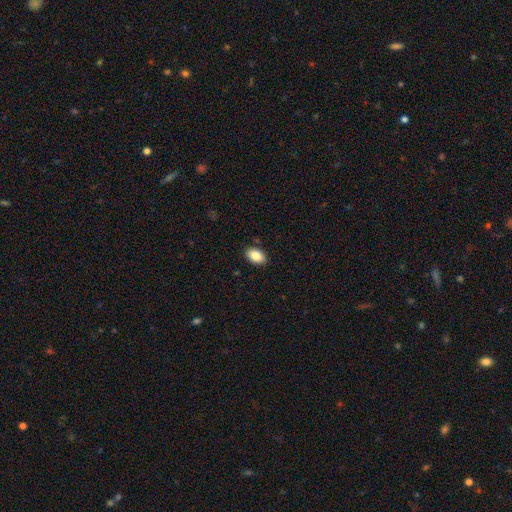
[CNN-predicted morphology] Overall: smooth (86%). How rounded: in between (89%). Merging: none (89%).